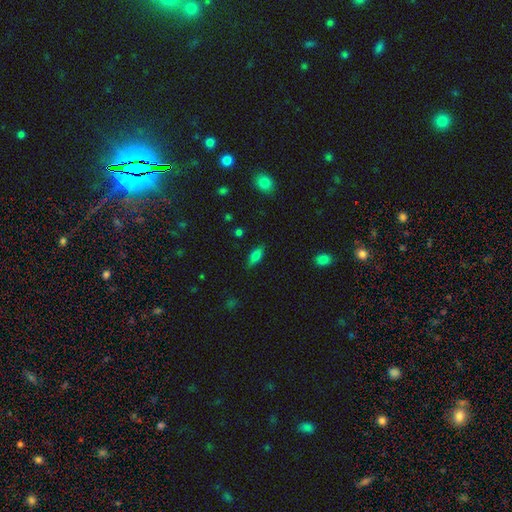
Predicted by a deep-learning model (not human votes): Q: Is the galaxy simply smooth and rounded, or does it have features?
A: smooth — 75%.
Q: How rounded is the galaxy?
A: in between — 75%.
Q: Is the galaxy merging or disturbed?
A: none — 83%.